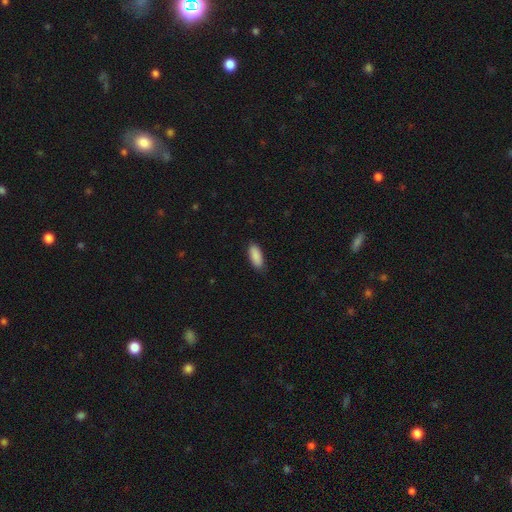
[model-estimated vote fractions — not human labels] The model was most divided on "how rounded": in between: 81%, cigar-shaped: 17%, round: 2%. More confident: smooth or featured — smooth (90%); merging — none (86%).